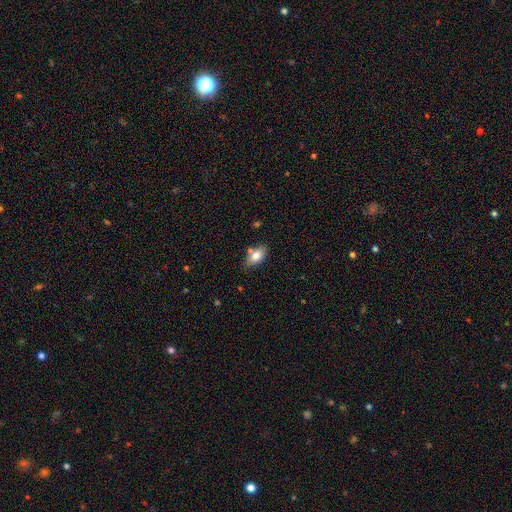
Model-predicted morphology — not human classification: The model was most divided on "merging": none: 73%, minor disturbance: 15%, merger: 8%, major disturbance: 3%. More confident: how rounded — in between (88%); smooth or featured — smooth (77%).